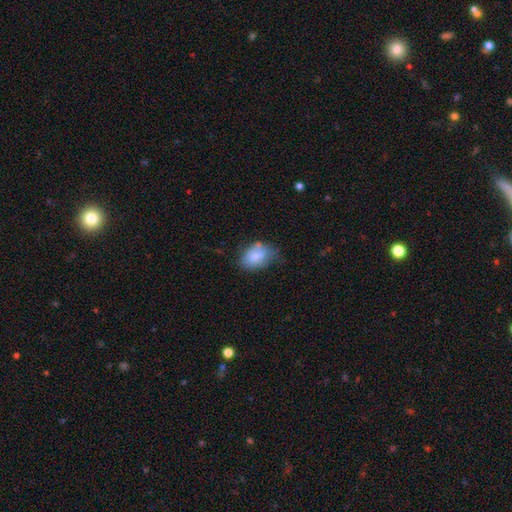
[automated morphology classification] This appears to be a smooth galaxy with no disk features (75%) that is in between round and cigar-shaped (82%). Merging: none (45%).